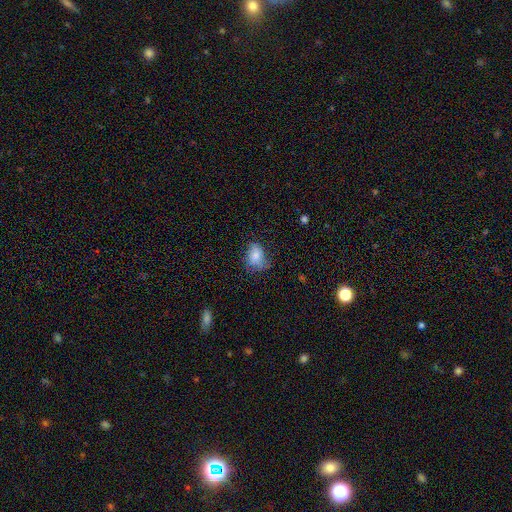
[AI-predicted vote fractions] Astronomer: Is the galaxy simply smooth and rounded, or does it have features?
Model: smooth — 78%.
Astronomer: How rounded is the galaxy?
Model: in between — 73%.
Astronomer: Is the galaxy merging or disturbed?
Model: none — 55% (runner-up: minor disturbance, 31%).